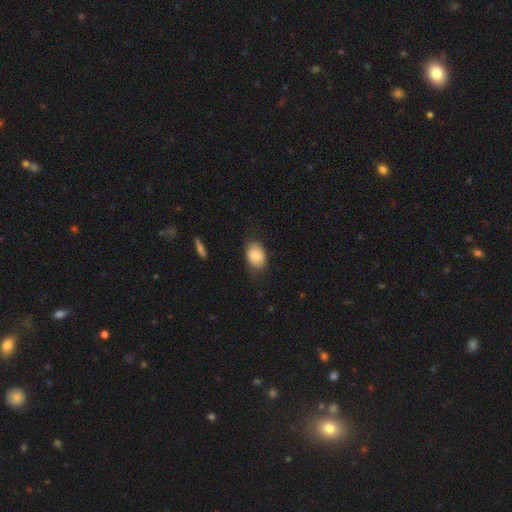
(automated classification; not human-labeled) Smooth or featured: smooth — 83% (featured or disk — 10%)
How rounded: in between — 79% (round — 20%)
Merging: none — 79% (minor disturbance — 16%)